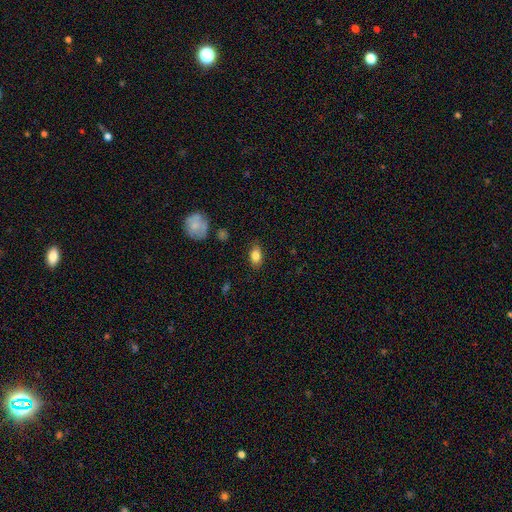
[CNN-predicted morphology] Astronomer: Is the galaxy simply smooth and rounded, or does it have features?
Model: smooth — 83%.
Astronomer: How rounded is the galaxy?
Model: in between — 85%.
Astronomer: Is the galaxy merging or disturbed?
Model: none — 84%.